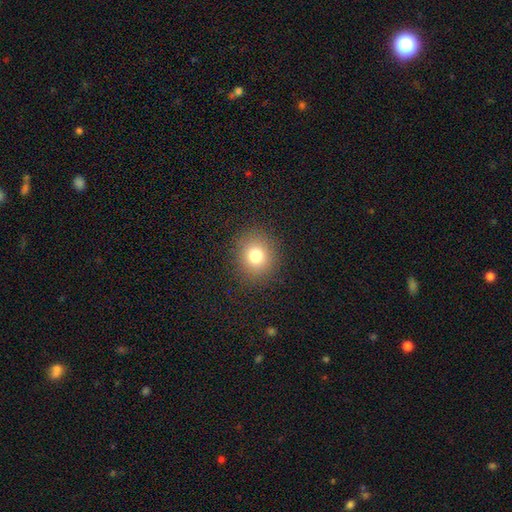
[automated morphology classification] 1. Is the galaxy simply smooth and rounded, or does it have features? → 78% smooth, 13% star or artifact, 8% featured or disk.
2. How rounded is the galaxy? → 80% round, 19% in between, 1% cigar-shaped.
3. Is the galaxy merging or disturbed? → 89% none, 7% minor disturbance, 3% major disturbance, 1% merger.